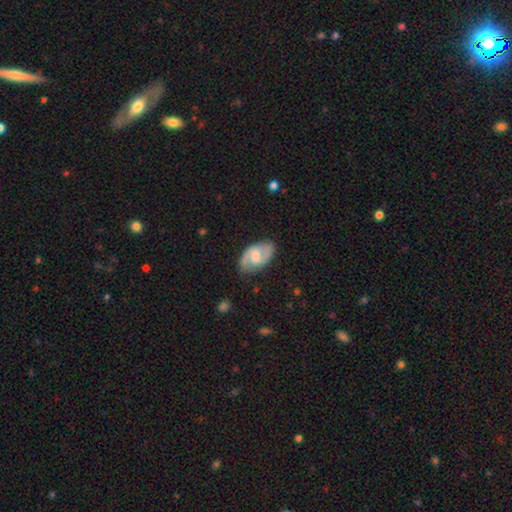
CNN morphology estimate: type=featured or disk (76%); edge-on=no (97%); bar=weak (53%); spiral arms=yes (94%); winding=medium (55%); arm count=2 (90%); bulge=moderate (42%); merging=none (81%).